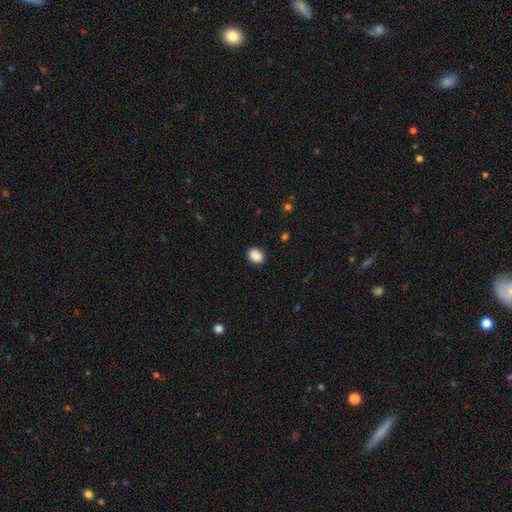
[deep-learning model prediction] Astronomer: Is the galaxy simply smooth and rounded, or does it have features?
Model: smooth — 89%.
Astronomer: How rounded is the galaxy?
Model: in between — 63%.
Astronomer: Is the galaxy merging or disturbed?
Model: none — 88%.